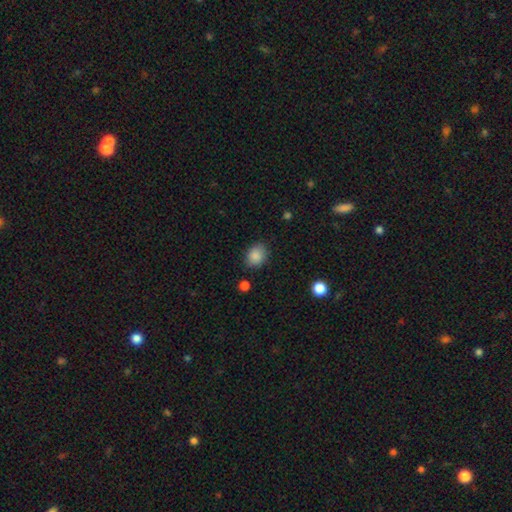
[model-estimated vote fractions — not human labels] Smooth or featured? smooth (87%)
How rounded? in between (54%)
Merging? none (82%)